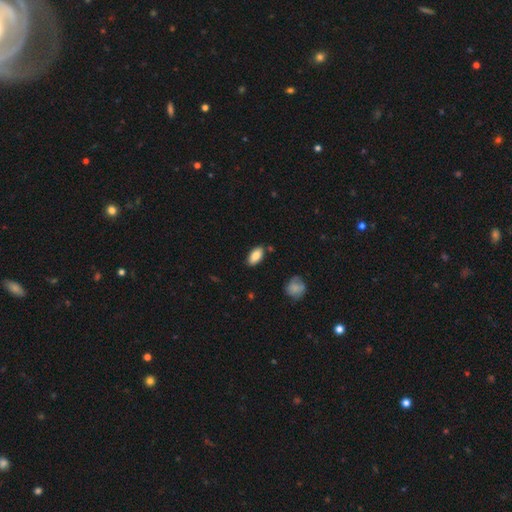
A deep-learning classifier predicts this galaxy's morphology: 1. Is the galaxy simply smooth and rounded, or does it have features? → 84% smooth, 9% featured or disk, 7% star or artifact.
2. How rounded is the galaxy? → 92% in between, 5% cigar-shaped, 3% round.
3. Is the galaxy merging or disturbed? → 85% none, 11% minor disturbance, 2% merger, 2% major disturbance.